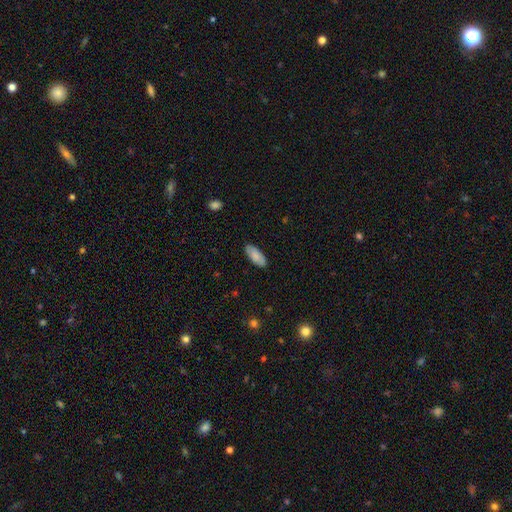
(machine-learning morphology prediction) Smooth or featured: smooth — 83% (featured or disk — 11%)
How rounded: in between — 85% (cigar-shaped — 13%)
Merging: none — 87% (minor disturbance — 10%)